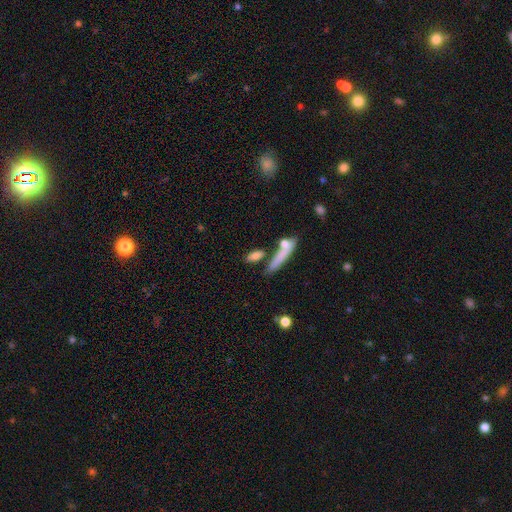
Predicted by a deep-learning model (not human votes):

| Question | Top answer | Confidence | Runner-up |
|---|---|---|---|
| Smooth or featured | smooth | 75% | featured or disk (17%) |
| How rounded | in between | 48% | cigar-shaped (46%) |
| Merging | none | 62% | merger (19%) |